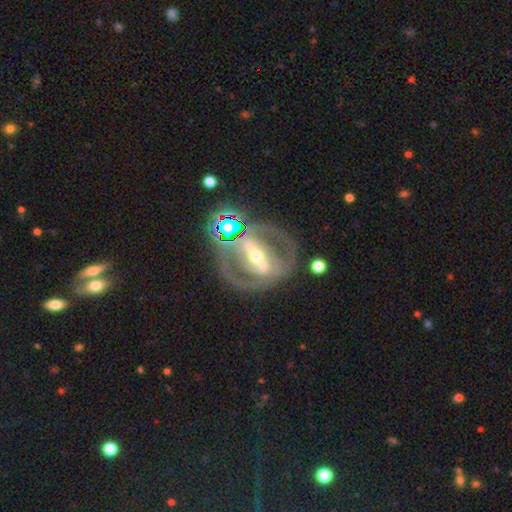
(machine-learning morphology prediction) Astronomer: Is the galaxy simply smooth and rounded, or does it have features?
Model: featured or disk — 84%.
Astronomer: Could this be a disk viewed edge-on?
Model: no — 90%.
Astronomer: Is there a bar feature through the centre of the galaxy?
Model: strong — 75%.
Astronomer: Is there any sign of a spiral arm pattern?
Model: yes — 65%.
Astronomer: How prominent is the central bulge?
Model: moderate — 48% (runner-up: small, 44%).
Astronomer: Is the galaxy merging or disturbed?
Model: none — 67%.